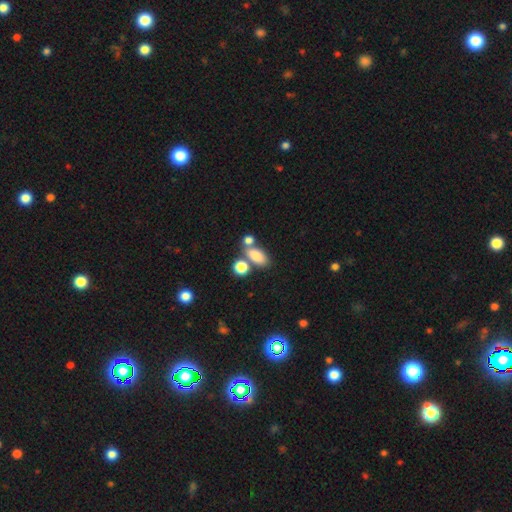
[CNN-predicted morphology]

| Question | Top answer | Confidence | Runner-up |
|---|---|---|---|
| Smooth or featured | smooth | 79% | star or artifact (11%) |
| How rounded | in between | 85% | round (11%) |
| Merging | none | 49% | merger (34%) |